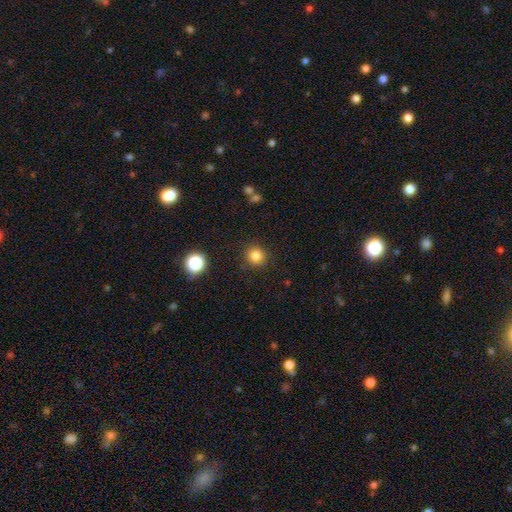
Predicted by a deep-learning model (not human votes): A smooth galaxy with no disk features (82%) that is round (93%).

Vote fractions:
- Smooth or featured? smooth: 82% / star or artifact: 13% / featured or disk: 5%
- How rounded? round: 93% / in between: 6% / cigar-shaped: 1%
- Merging? none: 90% / minor disturbance: 7% / major disturbance: 2% / merger: 2%